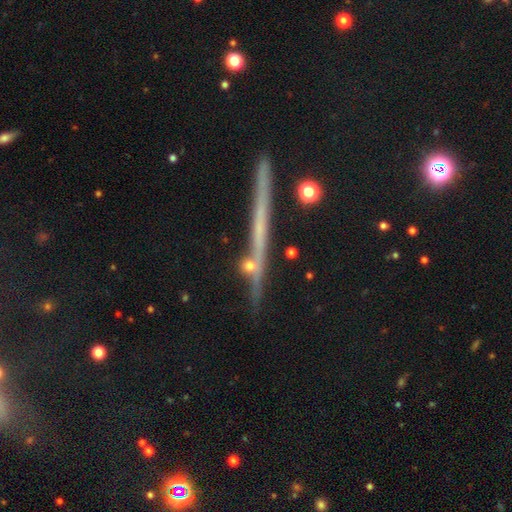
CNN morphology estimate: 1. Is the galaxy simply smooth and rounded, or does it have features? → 59% featured or disk, 29% smooth, 12% star or artifact.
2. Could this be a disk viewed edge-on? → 95% yes, 5% no.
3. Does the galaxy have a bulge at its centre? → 84% none, 12% rounded, 4% boxy.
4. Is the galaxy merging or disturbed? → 80% none, 12% minor disturbance, 5% merger, 3% major disturbance.